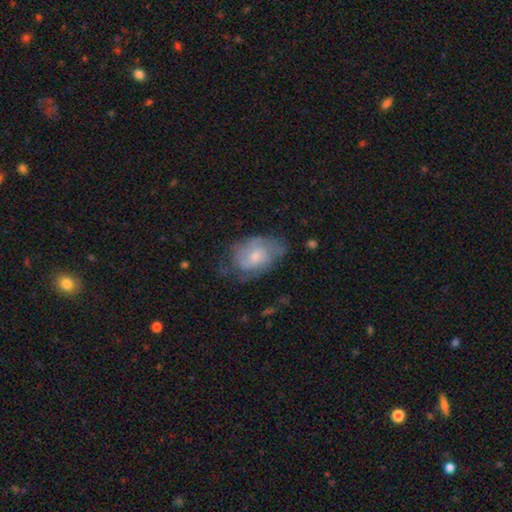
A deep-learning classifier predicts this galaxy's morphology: Q: Smooth or featured?
A: smooth (47%); runner-up: featured or disk (46%)
Q: Merging?
A: none (46%); runner-up: minor disturbance (32%)